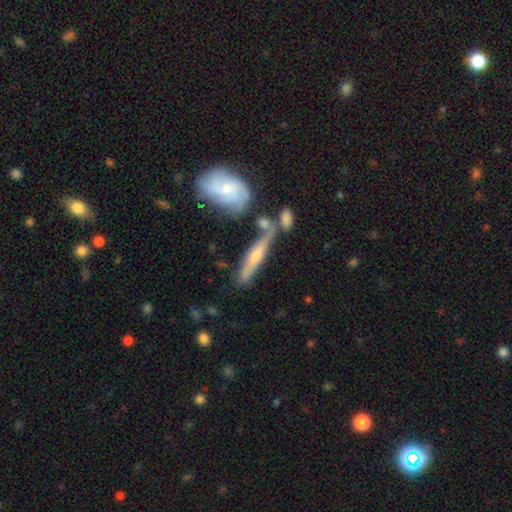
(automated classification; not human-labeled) Smooth or featured? featured or disk (64%)
Edge-on disk? yes (84%)
Edge-on bulge? rounded (83%)
Merging? none (61%)